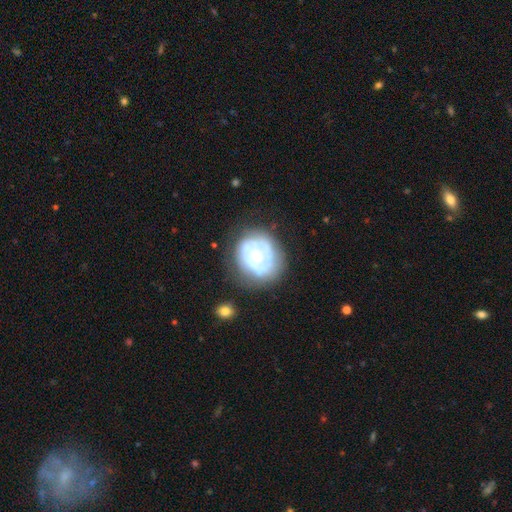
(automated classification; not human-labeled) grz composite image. It shows a featured or disk galaxy (69%) with no bar (78%), spiral arms (63%) and a small central bulge (55%). Merging: none (64%).